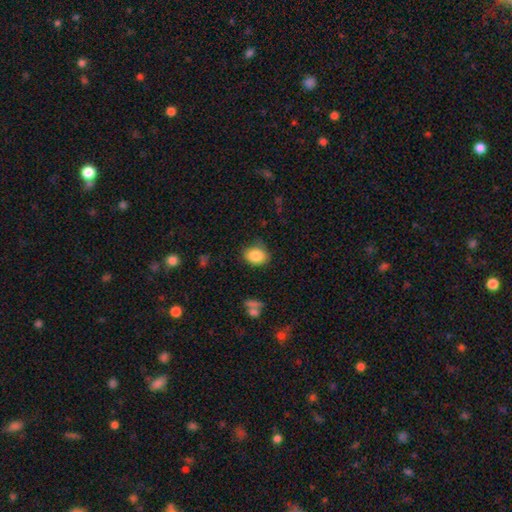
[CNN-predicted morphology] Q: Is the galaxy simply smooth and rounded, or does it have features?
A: smooth — 85%.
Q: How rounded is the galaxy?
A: in between — 63%.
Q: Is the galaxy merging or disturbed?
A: none — 72%.